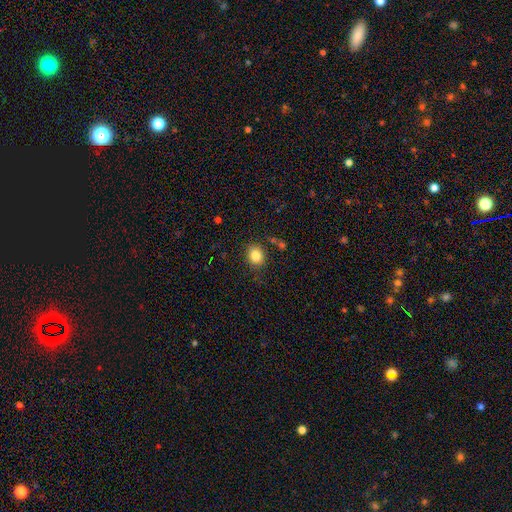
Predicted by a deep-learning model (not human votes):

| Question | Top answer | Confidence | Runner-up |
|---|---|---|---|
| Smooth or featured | smooth | 83% | star or artifact (10%) |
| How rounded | round | 66% | in between (33%) |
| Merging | none | 82% | minor disturbance (11%) |